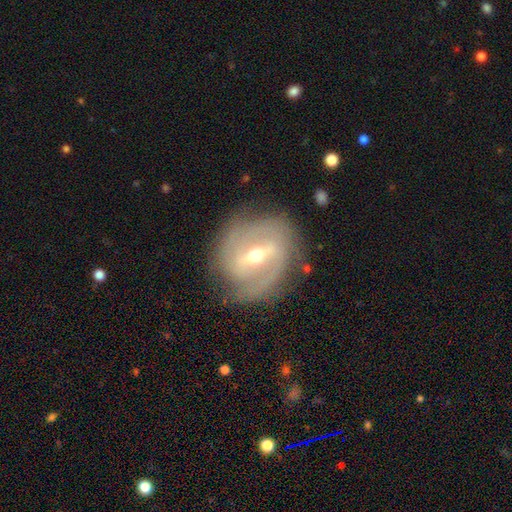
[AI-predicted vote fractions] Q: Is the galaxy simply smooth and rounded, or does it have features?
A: featured or disk — 84%.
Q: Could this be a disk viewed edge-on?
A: no — 95%.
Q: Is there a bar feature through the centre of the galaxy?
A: strong — 56%.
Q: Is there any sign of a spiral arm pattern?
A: yes — 87%.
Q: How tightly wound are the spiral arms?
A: tight — 47%.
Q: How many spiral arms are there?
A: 2 — 63%.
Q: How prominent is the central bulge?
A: moderate — 62%.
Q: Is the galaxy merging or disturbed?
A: none — 77%.